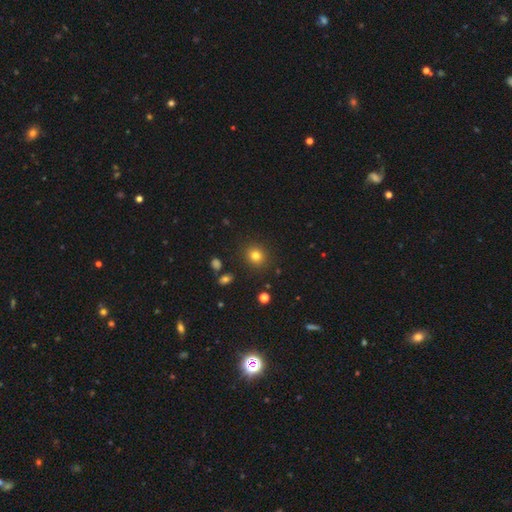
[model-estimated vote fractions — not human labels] A smooth galaxy with no disk features (80%) that is round (84%).

Vote fractions:
- Smooth or featured? smooth: 80% / star or artifact: 13% / featured or disk: 7%
- How rounded? round: 84% / in between: 15% / cigar-shaped: 1%
- Merging? none: 89% / minor disturbance: 7% / major disturbance: 2% / merger: 2%